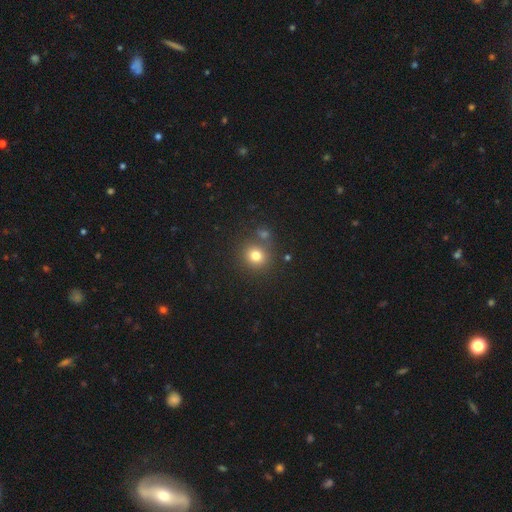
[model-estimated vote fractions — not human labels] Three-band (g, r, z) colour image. It shows a smooth galaxy with no disk features (78%) that is round (87%). Merging: none (77%).